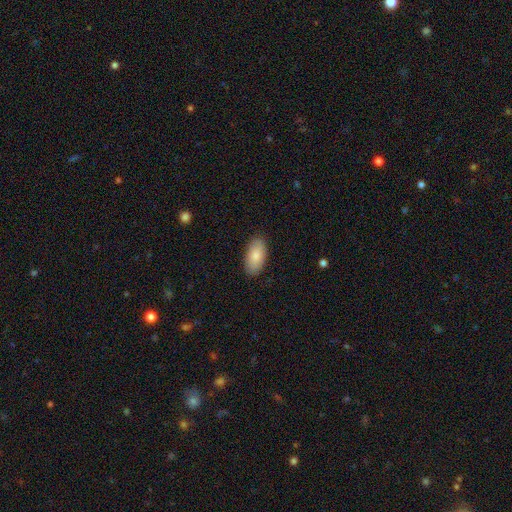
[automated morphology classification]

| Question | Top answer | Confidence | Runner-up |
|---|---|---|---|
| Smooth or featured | smooth | 83% | featured or disk (11%) |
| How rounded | in between | 95% | cigar-shaped (3%) |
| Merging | none | 87% | minor disturbance (10%) |